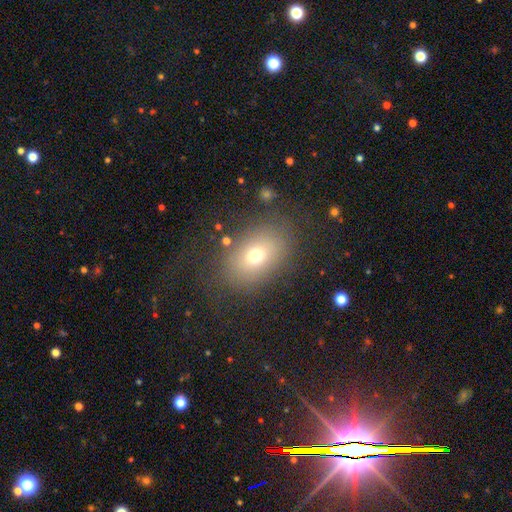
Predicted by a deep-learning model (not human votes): Q: Smooth or featured?
A: smooth (68%); runner-up: featured or disk (17%)
Q: How rounded?
A: in between (73%); runner-up: round (26%)
Q: Merging?
A: none (77%); runner-up: minor disturbance (13%)